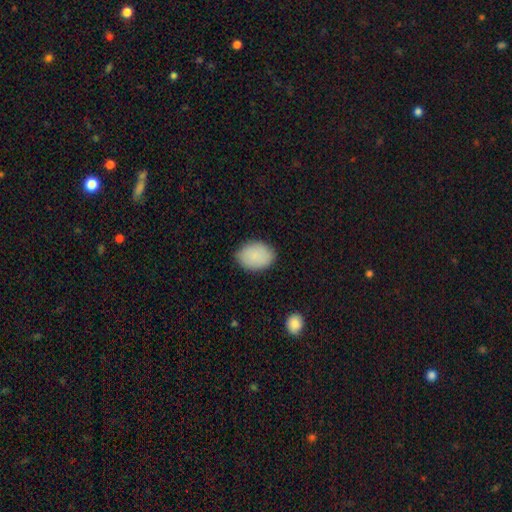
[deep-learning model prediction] This is clearly a smooth galaxy (88%). How rounded: likely in between (78%). Merging: clearly none (84%).